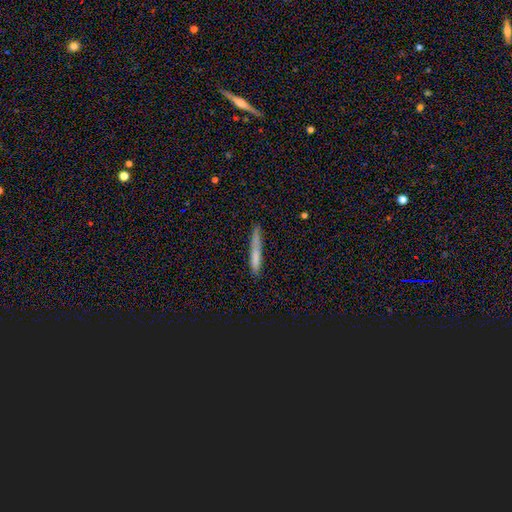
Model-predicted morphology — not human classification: Smooth or featured? smooth (72%)
How rounded? cigar-shaped (95%)
Merging? none (82%)